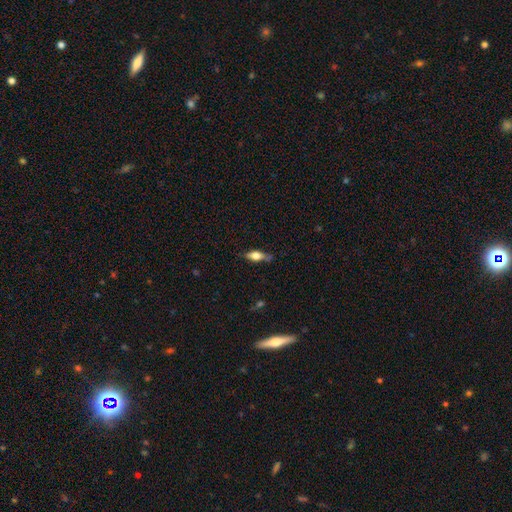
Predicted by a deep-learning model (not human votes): A smooth galaxy with no disk features (53%) that is in between round and cigar-shaped (57%).

Vote fractions:
- Smooth or featured? smooth: 53% / featured or disk: 39% / star or artifact: 7%
- How rounded? in between: 57% / cigar-shaped: 39% / round: 4%
- Merging? none: 73% / minor disturbance: 20% / major disturbance: 5% / merger: 2%